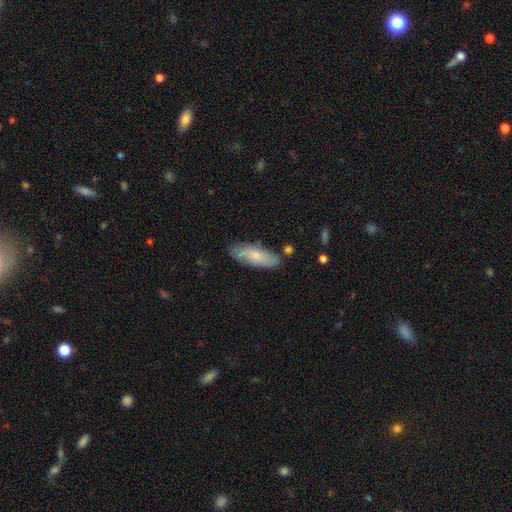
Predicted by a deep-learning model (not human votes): Smooth or featured: smooth — 68% (featured or disk — 26%)
How rounded: in between — 65% (cigar-shaped — 33%)
Merging: none — 79% (minor disturbance — 15%)